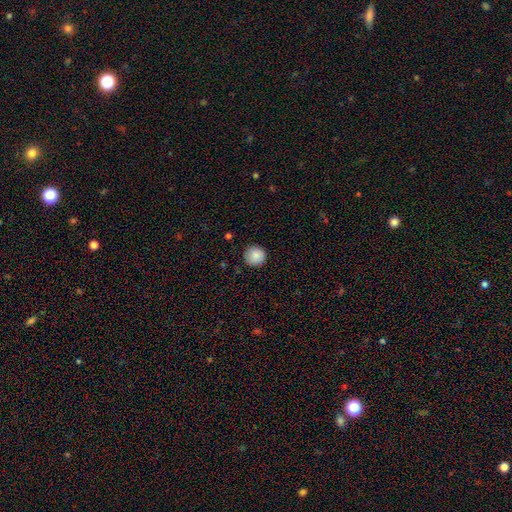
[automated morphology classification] Overall: smooth (88%). How rounded: round (95%). Merging: none (90%).